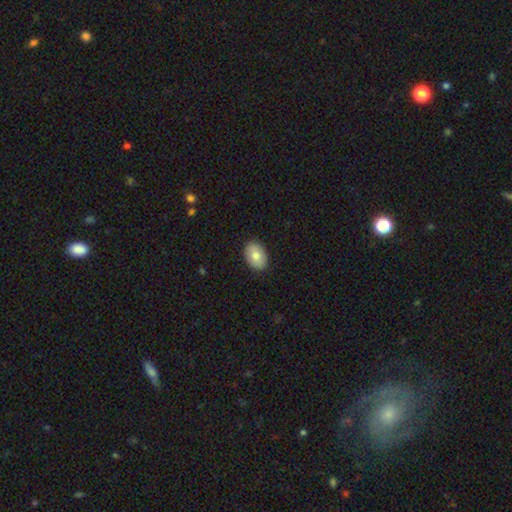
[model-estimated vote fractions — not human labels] Smooth or featured? Predicted: smooth (p=0.81). How rounded? Predicted: in between (p=0.84). Merging? Predicted: none (p=0.88).